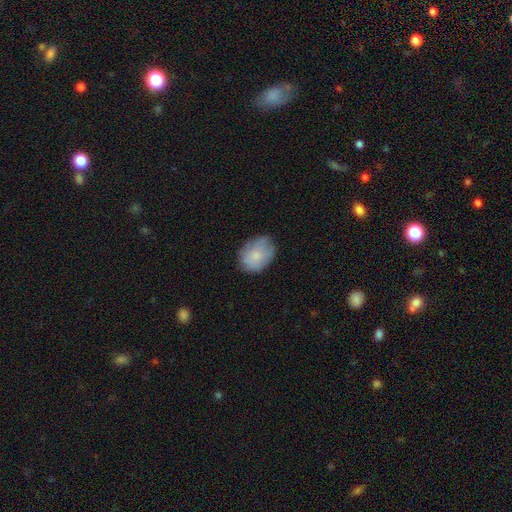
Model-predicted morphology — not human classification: Smooth or featured? Predicted: smooth (p=0.75). How rounded? Predicted: in between (p=0.65). Merging? Predicted: none (p=0.71).